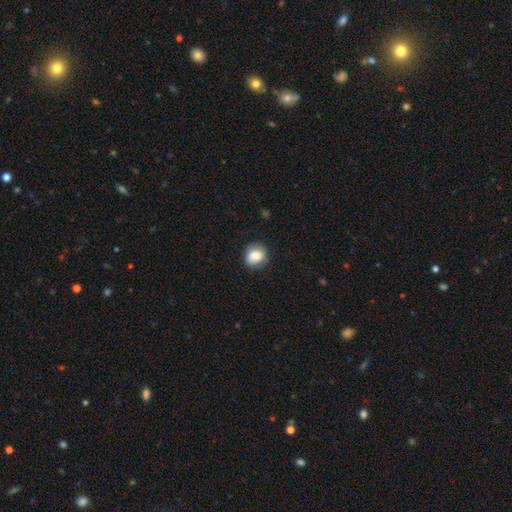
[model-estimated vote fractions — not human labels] Smooth or featured: smooth — 80% (featured or disk — 11%)
How rounded: round — 66% (in between — 33%)
Merging: none — 73% (minor disturbance — 20%)